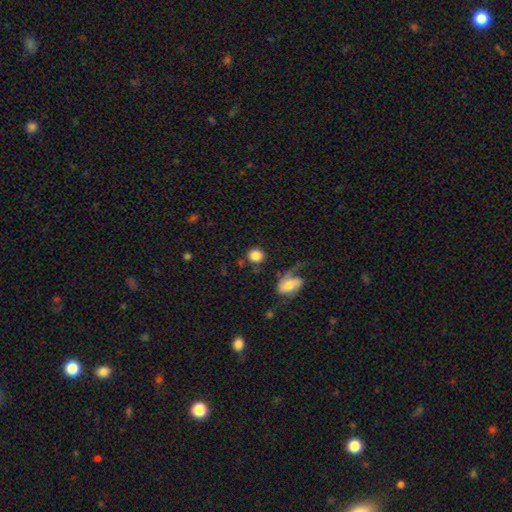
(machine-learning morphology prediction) Smooth or featured: smooth — 83% (featured or disk — 10%)
How rounded: round — 82% (in between — 17%)
Merging: none — 71% (minor disturbance — 12%)